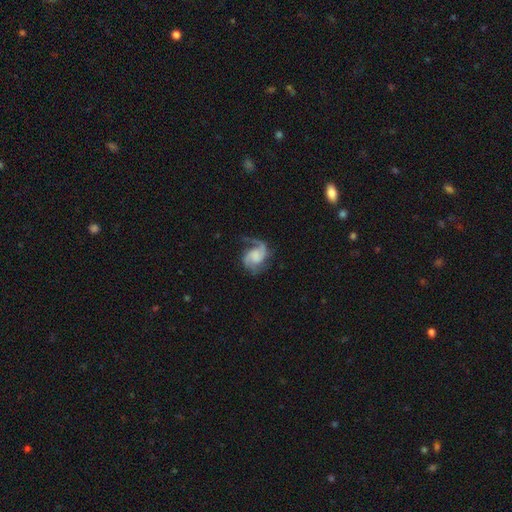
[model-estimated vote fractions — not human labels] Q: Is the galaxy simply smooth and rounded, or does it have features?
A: featured or disk — 82%.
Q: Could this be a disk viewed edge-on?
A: no — 98%.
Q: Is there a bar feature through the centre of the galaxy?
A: no — 57%.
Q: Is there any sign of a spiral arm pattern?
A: yes — 96%.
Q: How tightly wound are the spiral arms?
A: medium — 47%.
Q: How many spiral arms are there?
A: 2 — 78%.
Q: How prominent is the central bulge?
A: none — 45%.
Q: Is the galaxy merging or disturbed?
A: none — 59%.